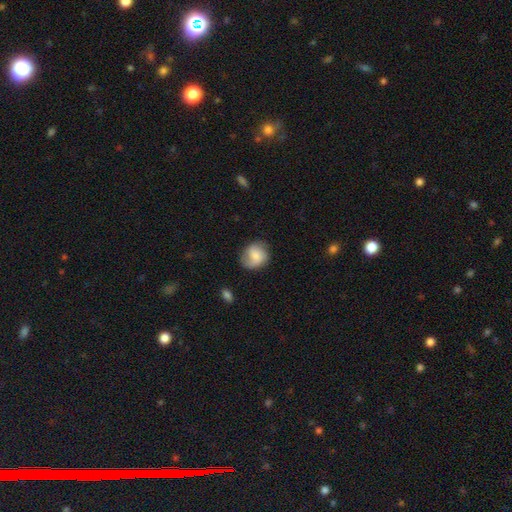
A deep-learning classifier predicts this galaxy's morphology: A smooth galaxy with no disk features (64%) that is round (71%). Merging: none (68%).